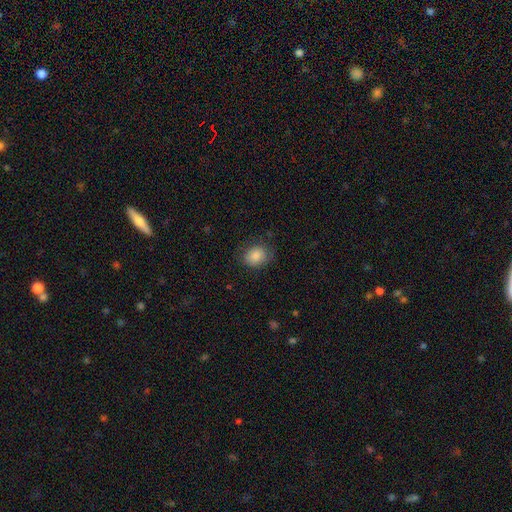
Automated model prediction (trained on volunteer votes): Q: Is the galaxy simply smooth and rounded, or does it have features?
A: smooth — 86%.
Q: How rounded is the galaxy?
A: round — 52%.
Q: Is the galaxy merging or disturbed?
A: none — 78%.